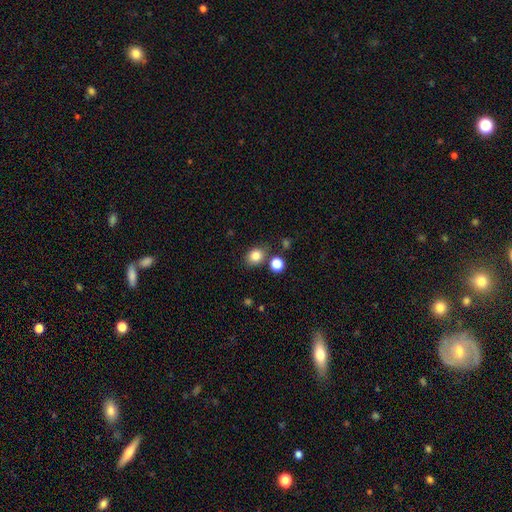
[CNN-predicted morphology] type=smooth (84%); roundness=round (55%); merging=none (76%).